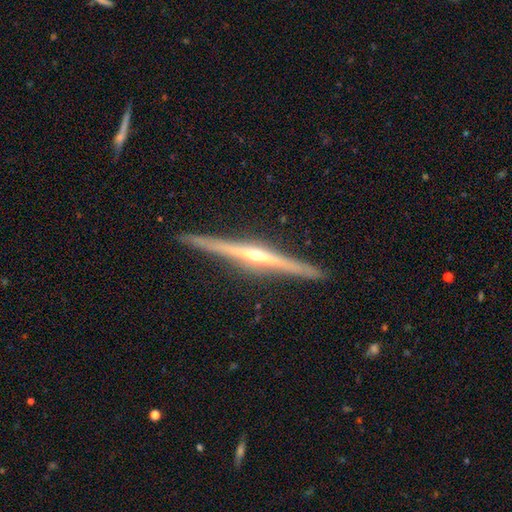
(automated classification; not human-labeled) Smooth or featured? featured or disk (86%)
Edge-on disk? yes (98%)
Edge-on bulge? rounded (83%)
Merging? none (91%)